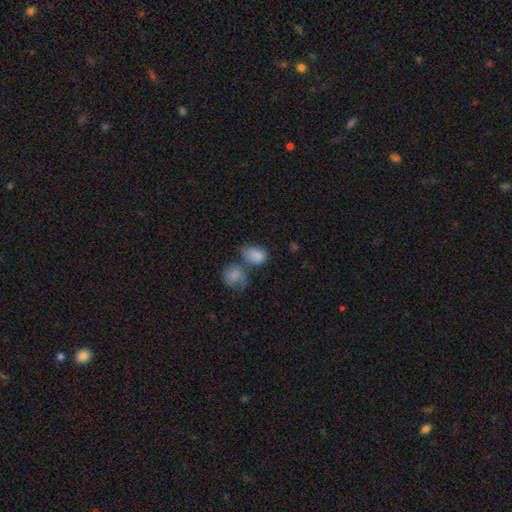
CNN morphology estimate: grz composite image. It shows a smooth galaxy with no disk features (83%) that is in between round and cigar-shaped (71%). Merging: merger (41%).